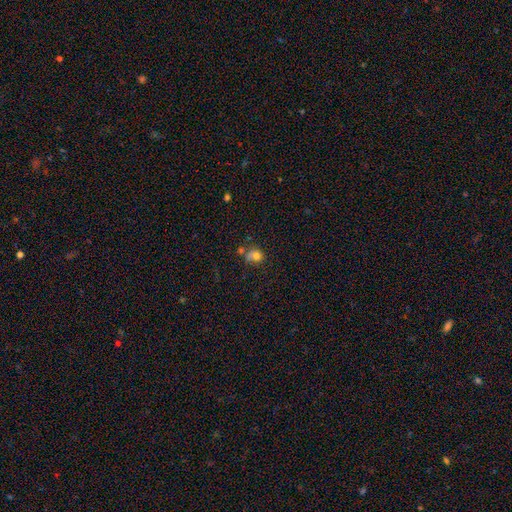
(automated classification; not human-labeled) Smooth or featured? smooth (75%)
How rounded? round (76%)
Merging? none (48%)